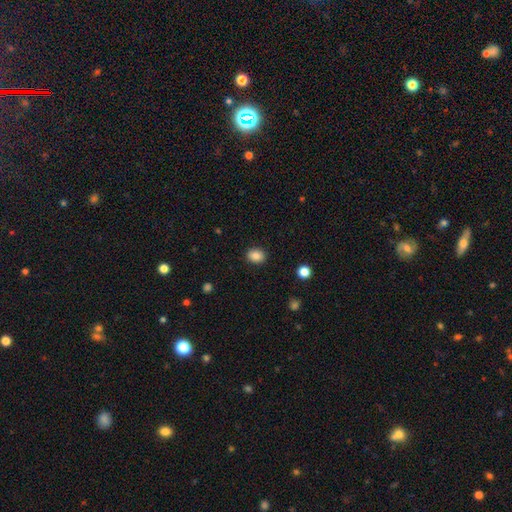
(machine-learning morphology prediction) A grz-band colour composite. It shows a smooth galaxy with no disk features (85%) that is in between round and cigar-shaped (53%). Merging: none (90%).